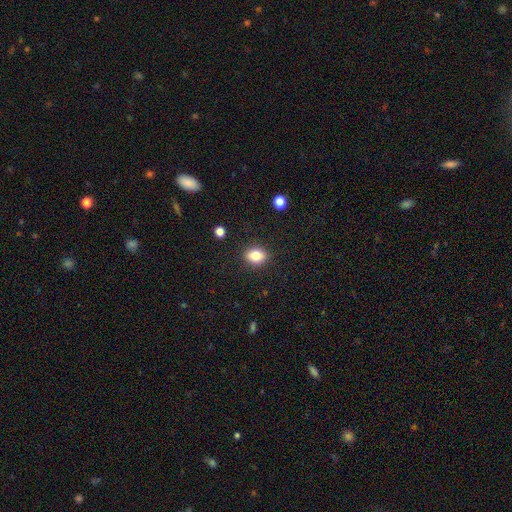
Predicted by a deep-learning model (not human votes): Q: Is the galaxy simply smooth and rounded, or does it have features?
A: smooth — 82%.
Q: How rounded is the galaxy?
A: in between — 63%.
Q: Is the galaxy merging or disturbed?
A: none — 87%.